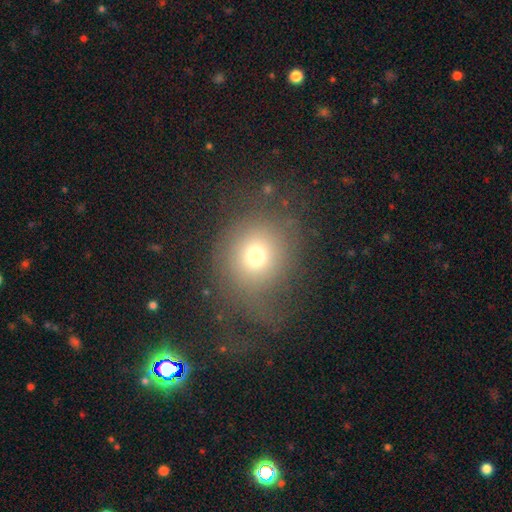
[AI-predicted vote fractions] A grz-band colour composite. It shows a smooth galaxy with no disk features (67%) that is round (81%). Merging: none (50%).